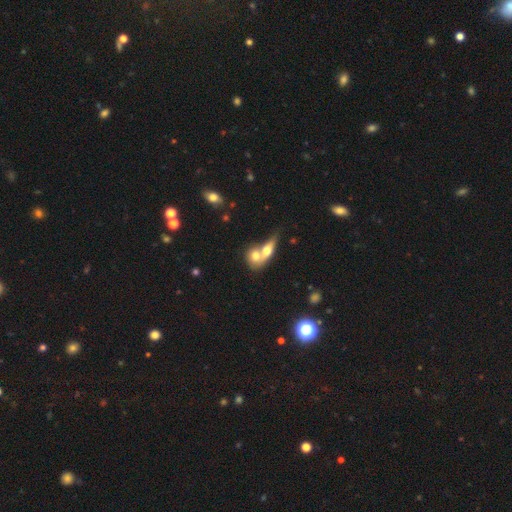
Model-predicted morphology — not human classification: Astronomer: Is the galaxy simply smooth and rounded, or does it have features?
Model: smooth — 66%.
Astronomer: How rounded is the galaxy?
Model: in between — 53% (runner-up: round, 37%).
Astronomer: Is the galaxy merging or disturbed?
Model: merger — 72%.